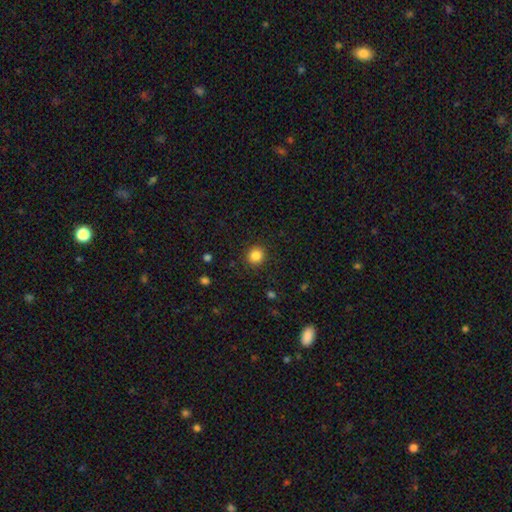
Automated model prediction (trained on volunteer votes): Smooth or featured: smooth — 84% (star or artifact — 11%)
How rounded: round — 88% (in between — 11%)
Merging: none — 91% (minor disturbance — 6%)